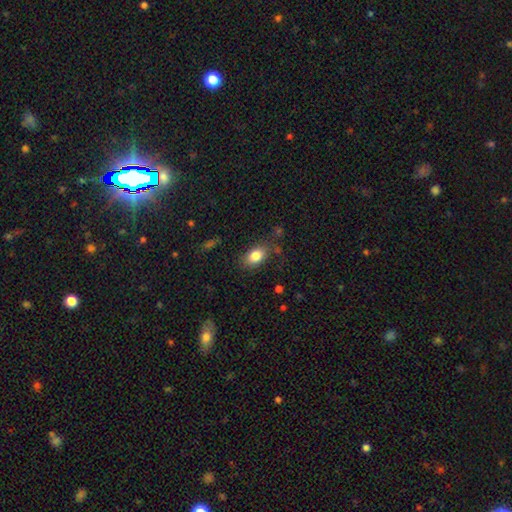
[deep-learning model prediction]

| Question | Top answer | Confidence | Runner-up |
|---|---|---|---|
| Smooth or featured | smooth | 83% | featured or disk (8%) |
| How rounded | in between | 84% | round (14%) |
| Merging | none | 77% | minor disturbance (16%) |